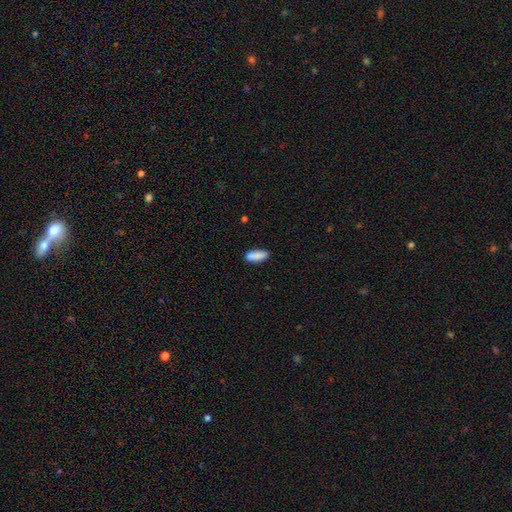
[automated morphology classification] This is clearly a smooth galaxy (86%). How rounded: likely in between (61%). Merging: likely none (73%).